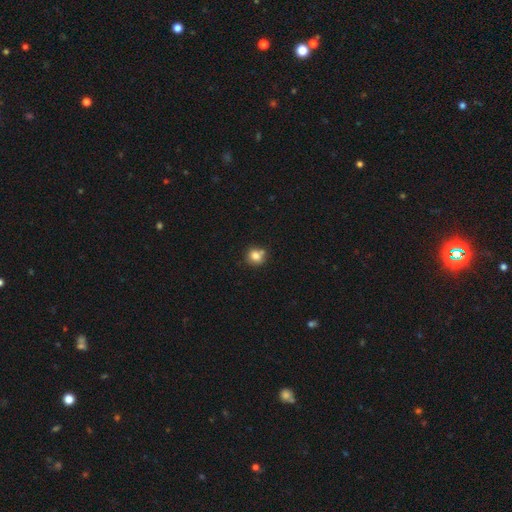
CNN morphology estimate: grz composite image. It shows a smooth galaxy with no disk features (79%) that is round (84%). Merging: none (65%).